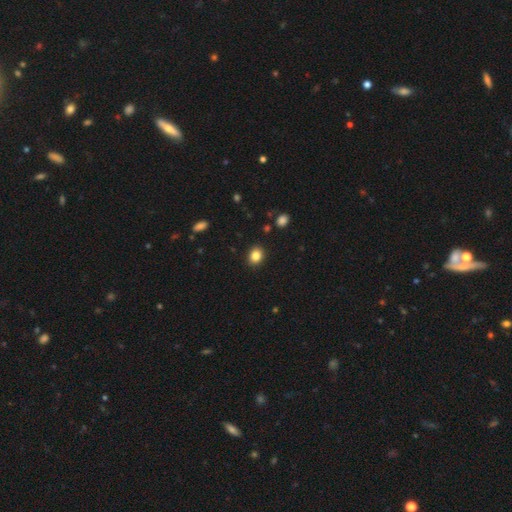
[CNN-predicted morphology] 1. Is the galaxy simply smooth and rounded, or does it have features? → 85% smooth, 10% star or artifact, 5% featured or disk.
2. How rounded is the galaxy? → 52% round, 47% in between, 1% cigar-shaped.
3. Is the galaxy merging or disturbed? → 89% none, 8% minor disturbance, 2% major disturbance, 1% merger.